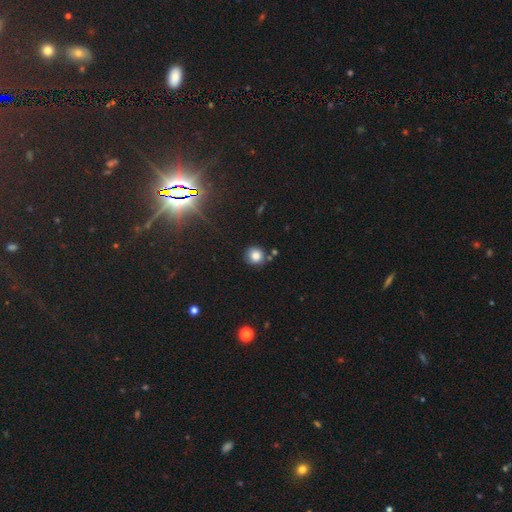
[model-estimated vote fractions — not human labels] The model was most divided on "merging": none: 79%, minor disturbance: 11%, merger: 8%, major disturbance: 3%. More confident: how rounded — round (91%); smooth or featured — smooth (81%).